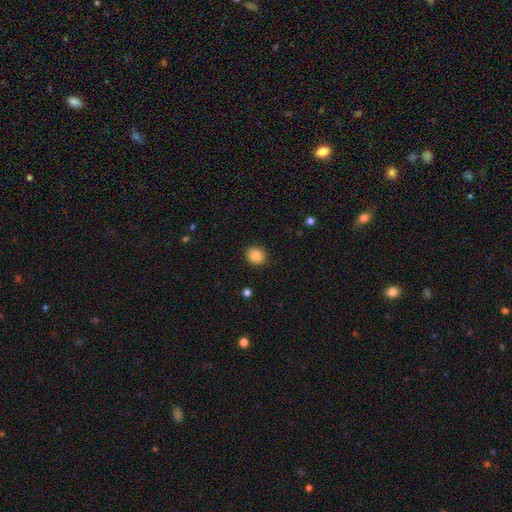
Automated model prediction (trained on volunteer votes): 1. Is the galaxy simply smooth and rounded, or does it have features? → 85% smooth, 10% star or artifact, 5% featured or disk.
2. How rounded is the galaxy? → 82% round, 17% in between, 1% cigar-shaped.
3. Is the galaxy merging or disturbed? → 91% none, 6% minor disturbance, 2% major disturbance, 1% merger.